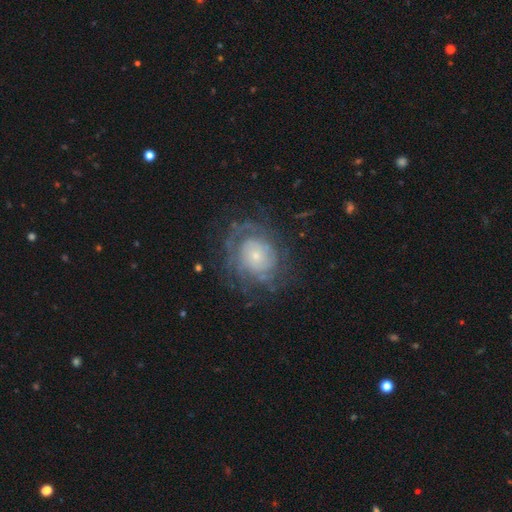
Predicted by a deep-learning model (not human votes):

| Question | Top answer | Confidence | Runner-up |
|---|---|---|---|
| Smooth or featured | featured or disk | 75% | smooth (16%) |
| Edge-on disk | no | 97% | yes (3%) |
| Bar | no | 82% | weak (15%) |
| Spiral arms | yes | 85% | no (15%) |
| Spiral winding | tight | 70% | medium (22%) |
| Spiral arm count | can't tell | 54% | 2 (12%) |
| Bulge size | small | 71% | moderate (21%) |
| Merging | none | 70% | minor disturbance (16%) |